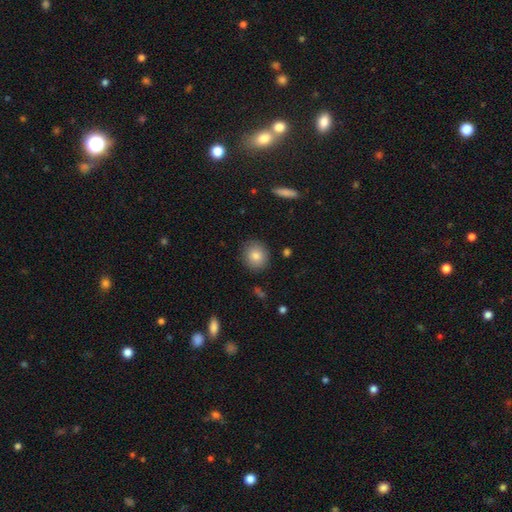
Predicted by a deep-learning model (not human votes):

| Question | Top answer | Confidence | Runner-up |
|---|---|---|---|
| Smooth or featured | smooth | 82% | featured or disk (9%) |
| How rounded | round | 81% | in between (18%) |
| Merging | none | 88% | minor disturbance (8%) |